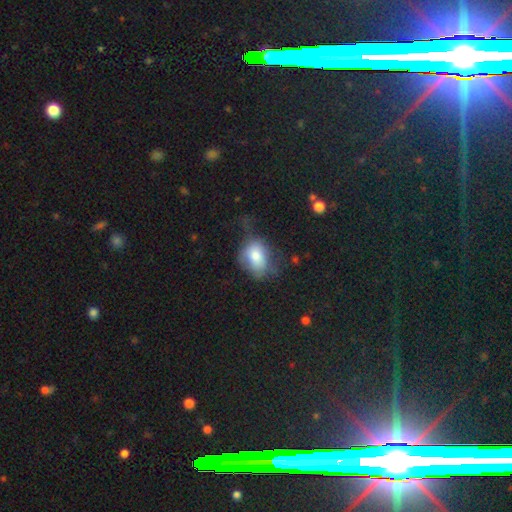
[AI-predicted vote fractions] This is likely a smooth galaxy (74%). How rounded: likely in between (68%). Merging: marginally none (35%).